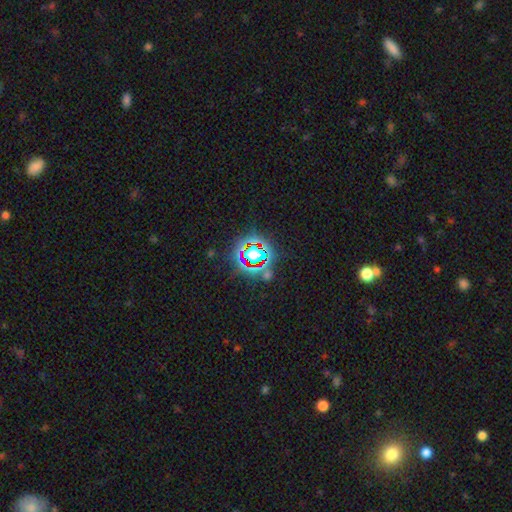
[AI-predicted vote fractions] Smooth or featured?
  - star or artifact: 75% *
  - smooth: 15%
  - featured or disk: 10%